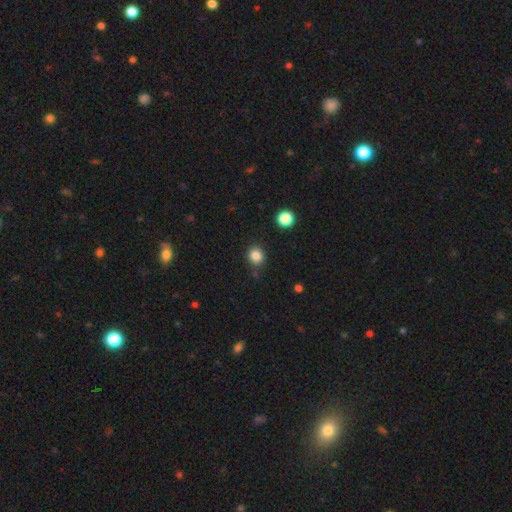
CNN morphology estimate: Smooth or featured: smooth — 84% (star or artifact — 12%)
How rounded: round — 84% (in between — 15%)
Merging: none — 82% (minor disturbance — 11%)